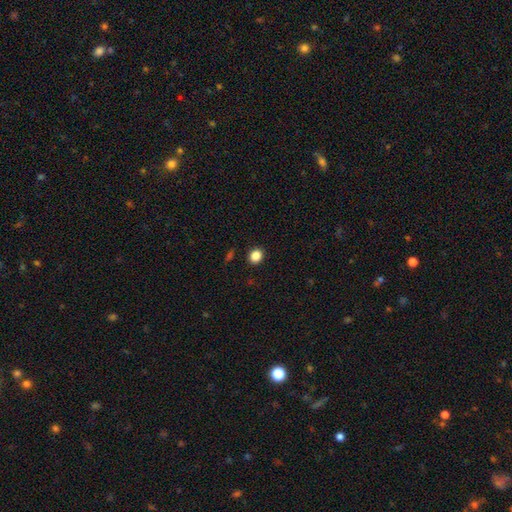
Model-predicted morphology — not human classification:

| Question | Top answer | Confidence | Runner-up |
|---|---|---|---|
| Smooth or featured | smooth | 86% | star or artifact (11%) |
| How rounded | round | 73% | in between (26%) |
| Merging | none | 91% | minor disturbance (6%) |